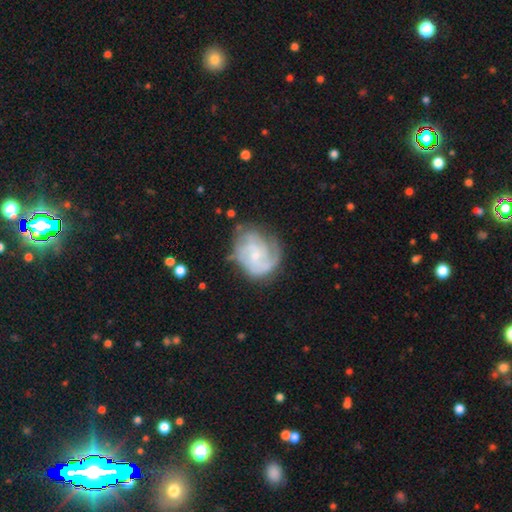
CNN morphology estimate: A featured or disk galaxy (77%) with no bar (62%), 2 (31%) tight (49%) spiral arms (92%) and a small central bulge (67%). Merging: none (61%).